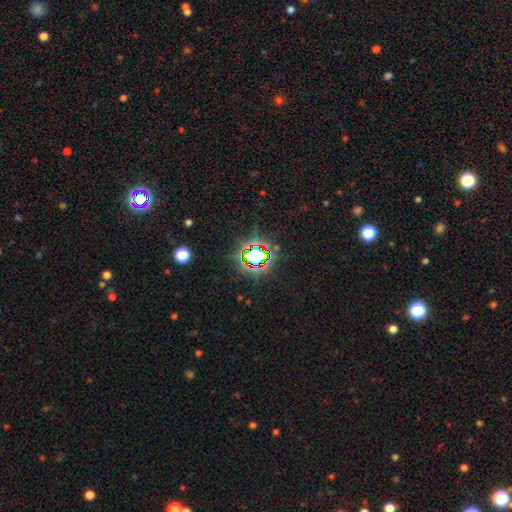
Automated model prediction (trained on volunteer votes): This is likely a star or artifact rather than a galaxy (74%).